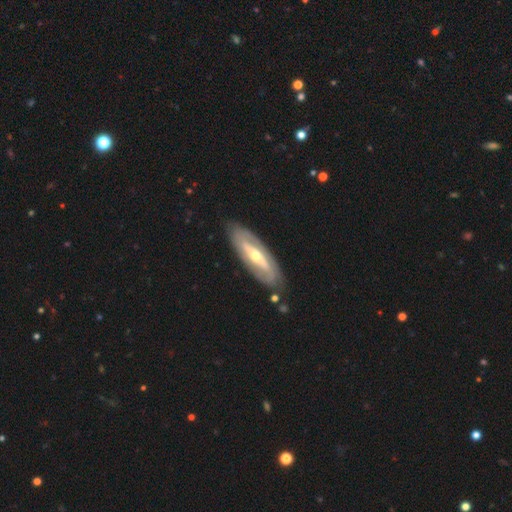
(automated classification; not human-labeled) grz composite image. It shows a featured or disk galaxy (76%) with a strong bar (38%), spiral arms (60%) and a moderate central bulge (60%). Merging: none (84%).